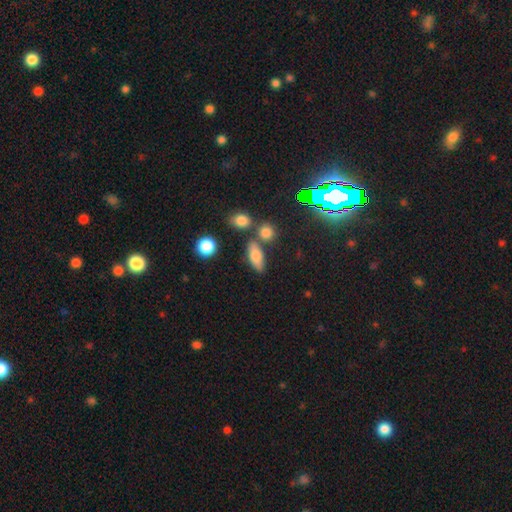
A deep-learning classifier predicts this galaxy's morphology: Smooth or featured: smooth — 72% (featured or disk — 16%)
How rounded: in between — 70% (cigar-shaped — 21%)
Merging: none — 69% (merger — 14%)